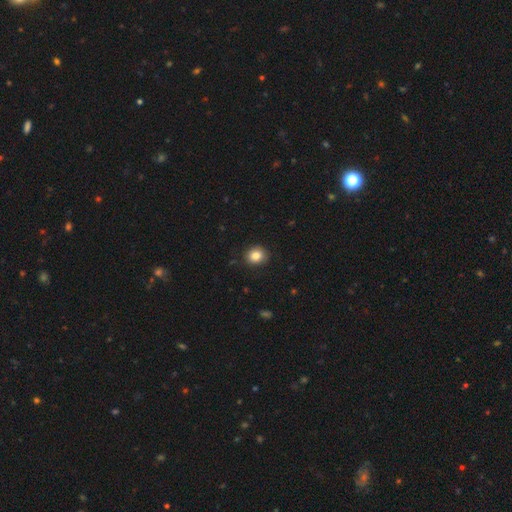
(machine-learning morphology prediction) Smooth or featured?
  - smooth: 85% *
  - star or artifact: 10%
  - featured or disk: 5%
How rounded?
  - round: 75% *
  - in between: 24%
  - cigar-shaped: 1%
Merging?
  - none: 89% *
  - minor disturbance: 8%
  - major disturbance: 2%
  - merger: 1%